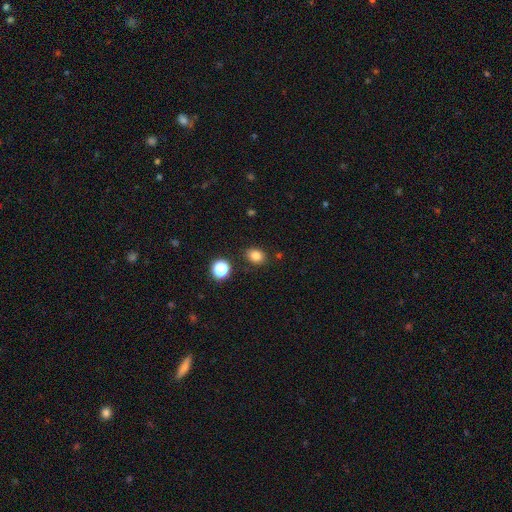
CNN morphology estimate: smooth_or_featured: smooth (p=0.82) [alt: star or artifact p=0.13]
how_rounded: in between (p=0.55) [alt: round p=0.44]
merging: none (p=0.83) [alt: minor disturbance p=0.10]